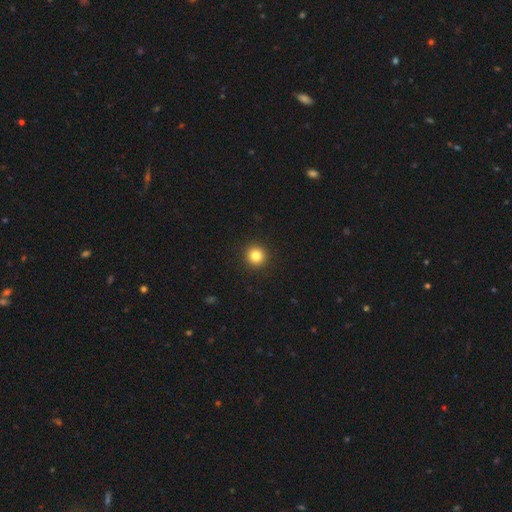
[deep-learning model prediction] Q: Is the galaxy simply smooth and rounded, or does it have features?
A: smooth — 83%.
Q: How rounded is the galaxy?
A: round — 95%.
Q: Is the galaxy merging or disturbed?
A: none — 93%.